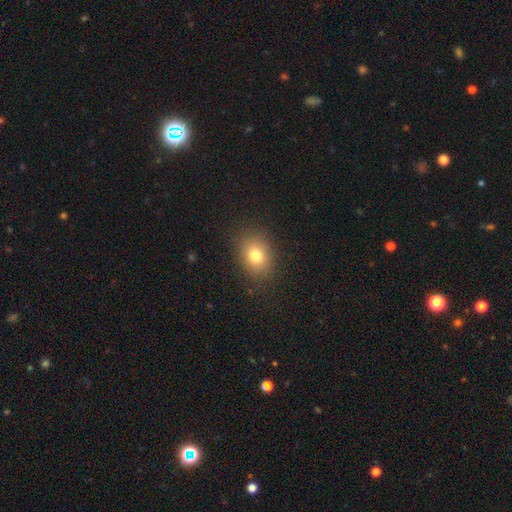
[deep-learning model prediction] smooth_or_featured: smooth (p=0.77) [alt: star or artifact p=0.13]
how_rounded: in between (p=0.55) [alt: round p=0.44]
merging: none (p=0.86) [alt: minor disturbance p=0.09]